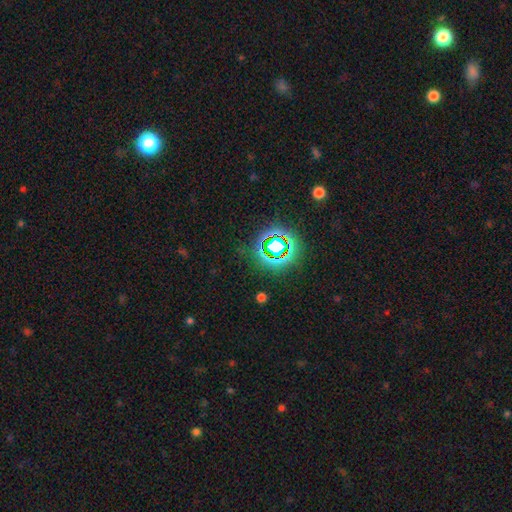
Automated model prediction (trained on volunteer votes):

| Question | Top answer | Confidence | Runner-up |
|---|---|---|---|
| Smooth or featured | star or artifact | 68% | smooth (23%) |